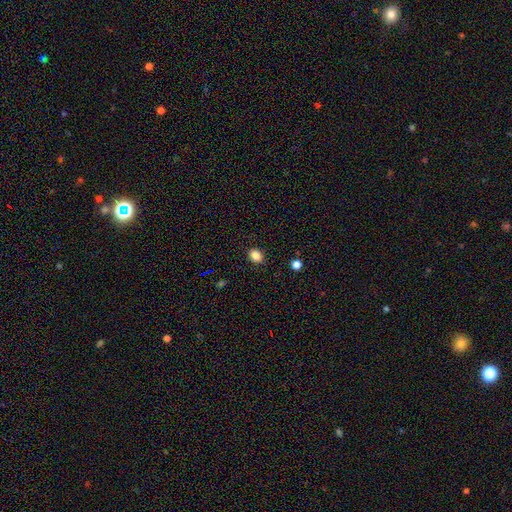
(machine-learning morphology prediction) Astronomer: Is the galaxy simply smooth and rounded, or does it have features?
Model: smooth — 85%.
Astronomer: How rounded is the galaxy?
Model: in between — 58% (runner-up: round, 41%).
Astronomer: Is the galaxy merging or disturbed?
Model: none — 88%.